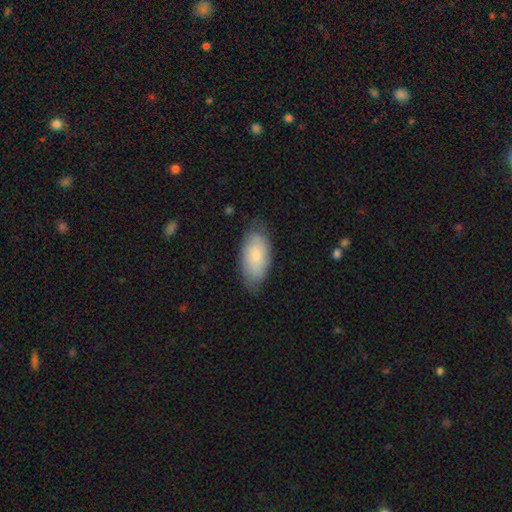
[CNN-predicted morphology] Smooth or featured? Predicted: smooth (p=0.73). How rounded? Predicted: in between (p=0.93). Merging? Predicted: none (p=0.73).